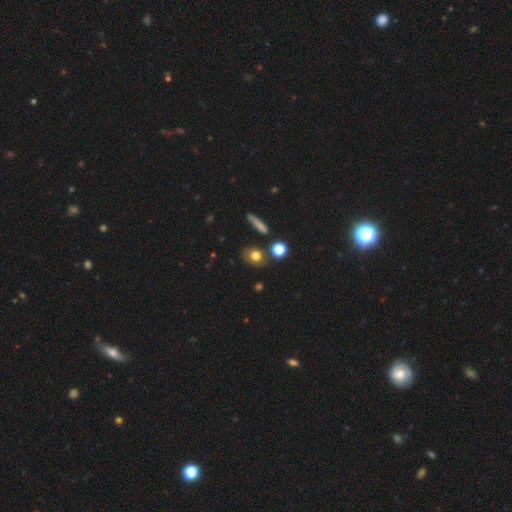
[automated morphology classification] Smooth or featured: smooth — 74% (featured or disk — 14%)
How rounded: round — 55% (in between — 41%)
Merging: none — 74% (minor disturbance — 13%)